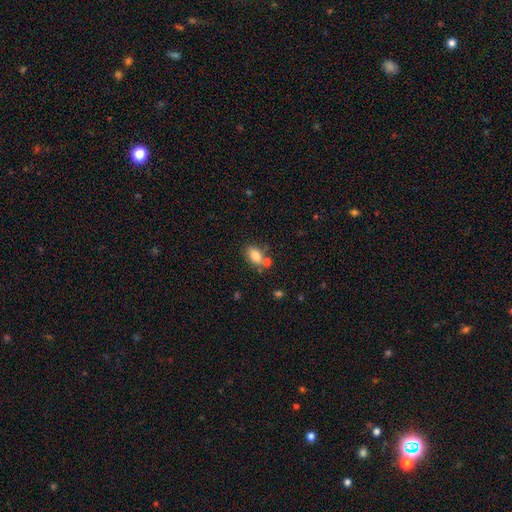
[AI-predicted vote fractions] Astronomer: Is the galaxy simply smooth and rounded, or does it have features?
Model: smooth — 82%.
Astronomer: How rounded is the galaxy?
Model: in between — 86%.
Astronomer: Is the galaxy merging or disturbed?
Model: none — 58%.